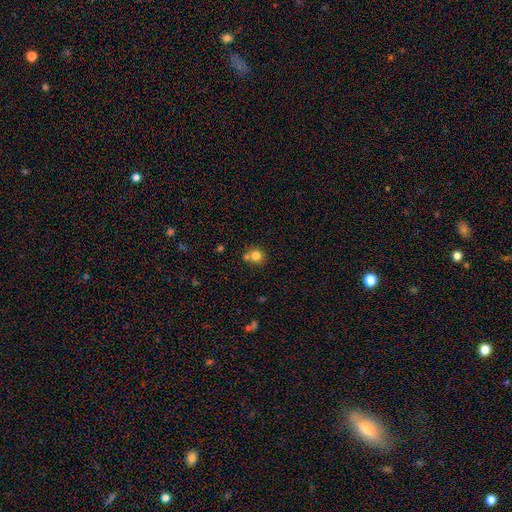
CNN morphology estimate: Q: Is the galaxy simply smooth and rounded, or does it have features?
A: smooth — 79%.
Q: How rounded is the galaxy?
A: round — 87%.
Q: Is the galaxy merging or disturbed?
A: none — 60%.